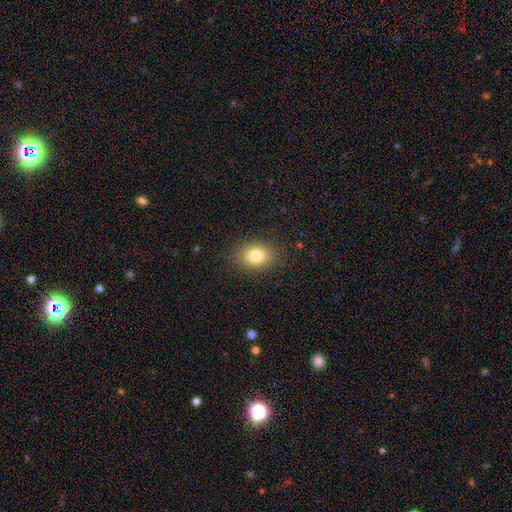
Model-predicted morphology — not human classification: Smooth or featured?
  - smooth: 81% *
  - star or artifact: 10%
  - featured or disk: 9%
How rounded?
  - in between: 71% *
  - round: 28%
  - cigar-shaped: 1%
Merging?
  - none: 87% *
  - minor disturbance: 9%
  - major disturbance: 3%
  - merger: 1%